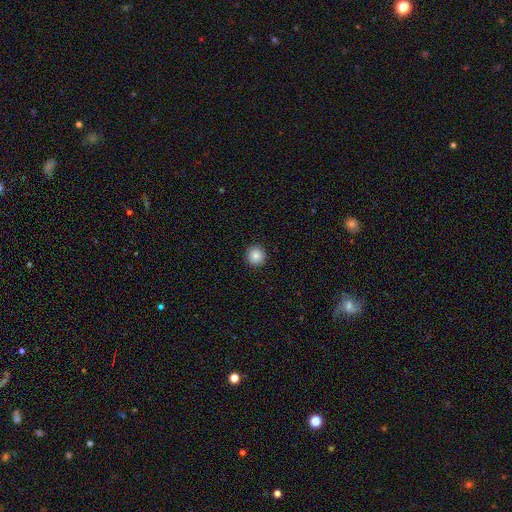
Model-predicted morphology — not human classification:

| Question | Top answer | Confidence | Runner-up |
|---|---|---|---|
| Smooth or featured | smooth | 86% | star or artifact (9%) |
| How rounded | round | 95% | in between (4%) |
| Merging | none | 93% | minor disturbance (5%) |